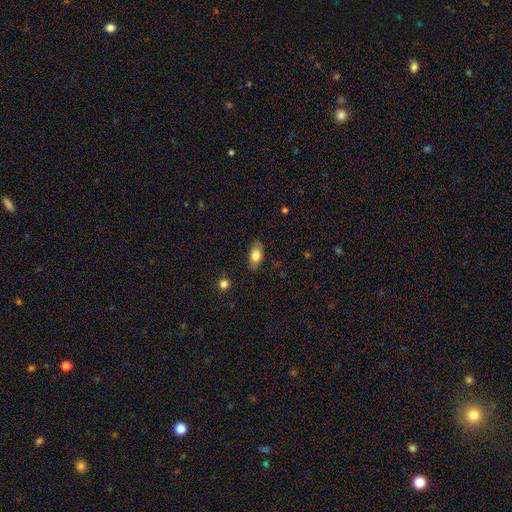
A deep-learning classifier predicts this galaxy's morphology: Smooth or featured: smooth — 79% (featured or disk — 14%)
How rounded: in between — 89% (cigar-shaped — 6%)
Merging: none — 82% (minor disturbance — 14%)